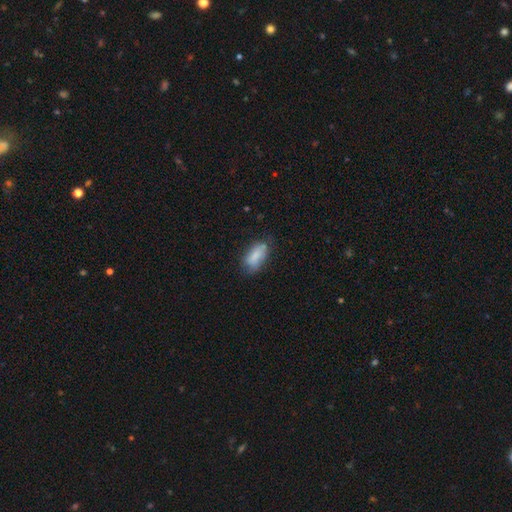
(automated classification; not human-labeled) Overall: smooth (79%). How rounded: in between (88%). Merging: none (59%; minor disturbance 30%).